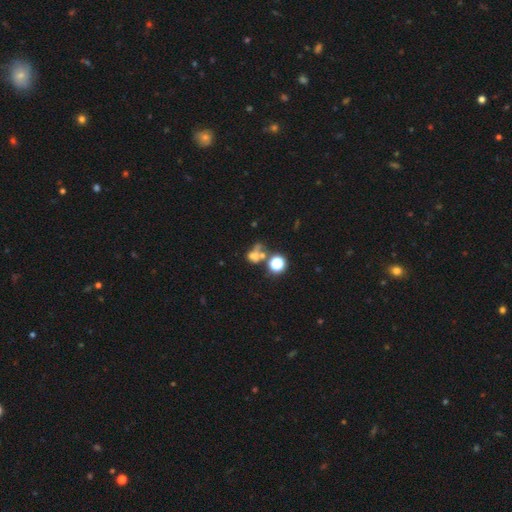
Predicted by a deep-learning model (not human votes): Smooth or featured? Predicted: smooth (p=0.49). Merging? Predicted: merger (p=0.37).